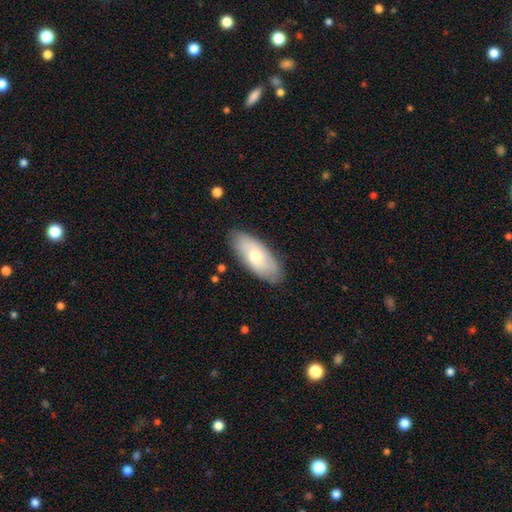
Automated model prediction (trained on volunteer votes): Smooth or featured?
  - smooth: 62% *
  - featured or disk: 32%
  - star or artifact: 6%
How rounded?
  - in between: 86% *
  - cigar-shaped: 11%
  - round: 2%
Merging?
  - none: 83% *
  - minor disturbance: 13%
  - major disturbance: 3%
  - merger: 1%